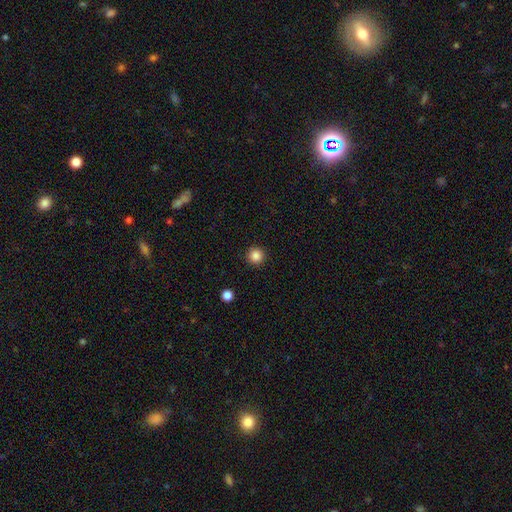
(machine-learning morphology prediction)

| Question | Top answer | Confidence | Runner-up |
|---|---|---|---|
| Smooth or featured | smooth | 85% | star or artifact (11%) |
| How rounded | round | 96% | in between (3%) |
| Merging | none | 93% | minor disturbance (4%) |